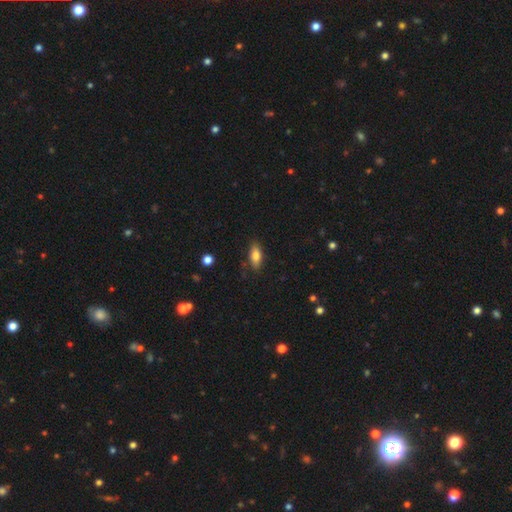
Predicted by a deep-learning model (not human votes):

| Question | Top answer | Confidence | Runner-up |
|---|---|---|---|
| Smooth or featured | smooth | 79% | featured or disk (13%) |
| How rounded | in between | 82% | cigar-shaped (14%) |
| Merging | none | 81% | minor disturbance (14%) |